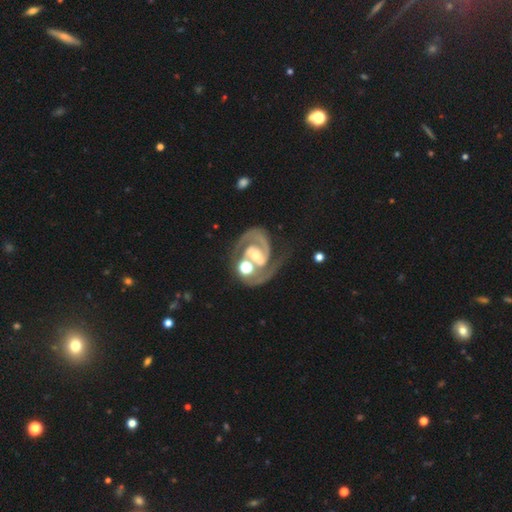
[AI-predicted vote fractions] Morphology: type=featured or disk (90%); edge-on=no (98%); bar=weak (40%); spiral arms=yes (97%); winding=tight (47%); arm count=2 (80%); bulge=moderate (45%); merging=none (48%).